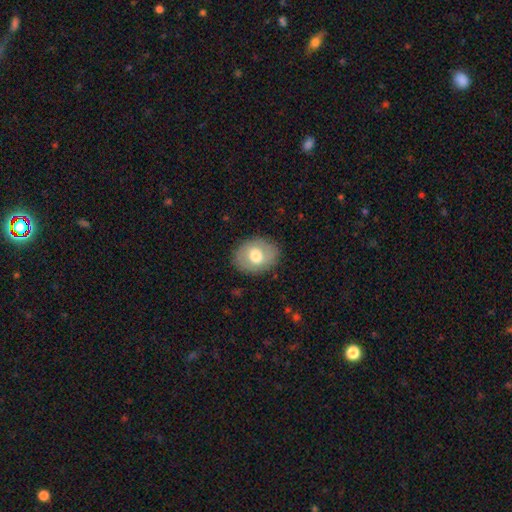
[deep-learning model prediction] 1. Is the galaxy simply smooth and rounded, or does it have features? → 68% smooth, 25% featured or disk, 7% star or artifact.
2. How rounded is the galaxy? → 57% in between, 42% round, 1% cigar-shaped.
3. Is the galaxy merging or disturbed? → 85% none, 11% minor disturbance, 3% major disturbance, 1% merger.